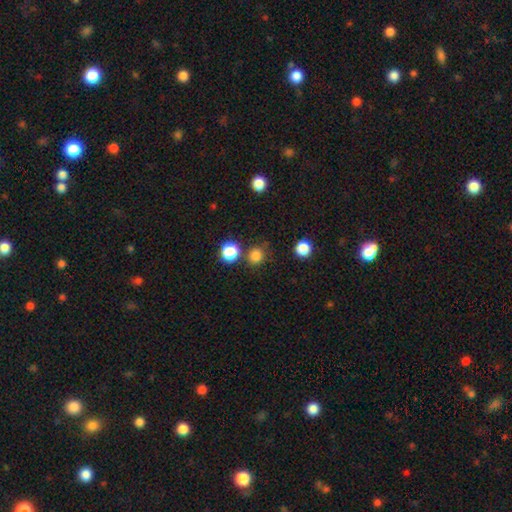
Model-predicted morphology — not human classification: type=smooth (80%); roundness=round (87%); merging=none (77%).